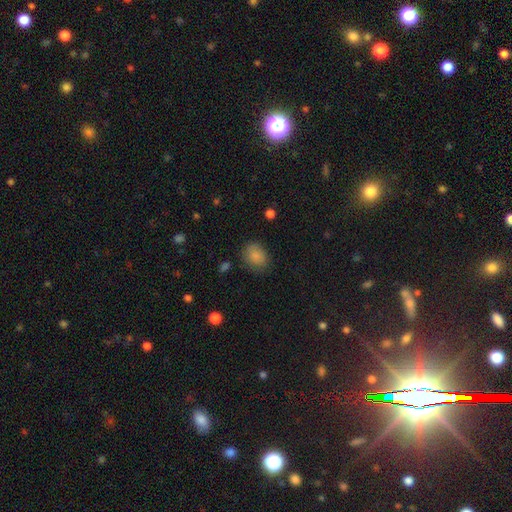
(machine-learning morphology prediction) smooth 85%, star or artifact 9%, featured or disk 6%. Down the decision tree: how rounded — in between (56%); merging — none (75%).